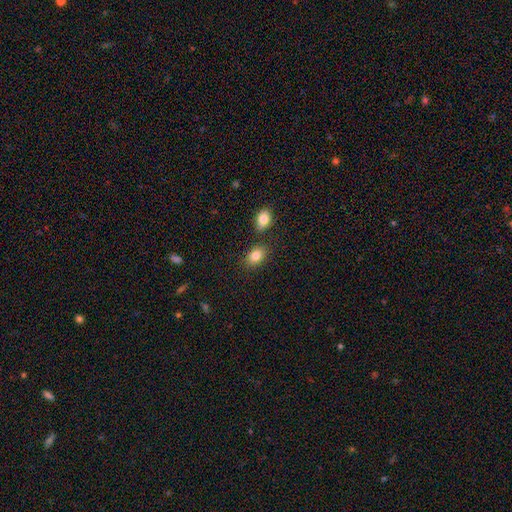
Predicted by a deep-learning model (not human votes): Morphology: type=smooth (84%); roundness=in between (80%); merging=none (76%).